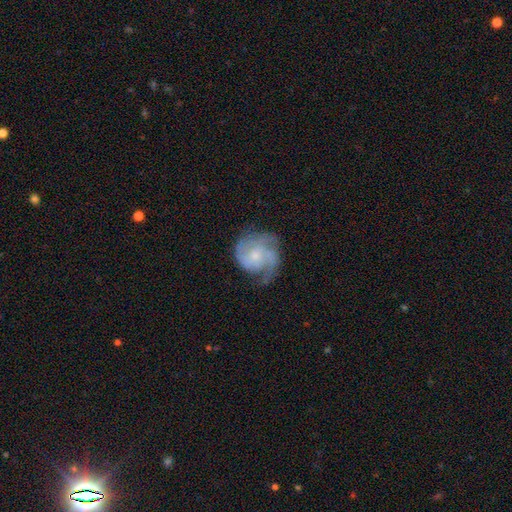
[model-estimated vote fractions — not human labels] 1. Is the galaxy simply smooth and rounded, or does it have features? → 81% featured or disk, 14% smooth, 6% star or artifact.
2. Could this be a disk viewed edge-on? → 98% no, 2% yes.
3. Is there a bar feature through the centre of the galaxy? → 67% no, 29% weak, 4% strong.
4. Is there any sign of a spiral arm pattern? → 95% yes, 5% no.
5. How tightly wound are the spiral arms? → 45% medium, 39% tight, 16% loose.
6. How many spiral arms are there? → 35% 3, 28% 2, 19% can't tell, 7% 1, 7% 4, 5% more than 4.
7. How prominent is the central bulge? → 59% small, 31% moderate, 7% none, 2% large, 1% dominant.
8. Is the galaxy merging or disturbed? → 61% none, 23% minor disturbance, 15% major disturbance, 2% merger.